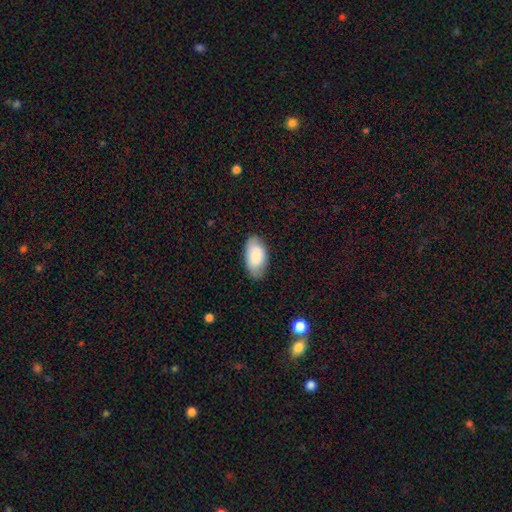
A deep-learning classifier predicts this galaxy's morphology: Smooth or featured? Predicted: smooth (p=0.82). How rounded? Predicted: in between (p=0.96). Merging? Predicted: none (p=0.80).